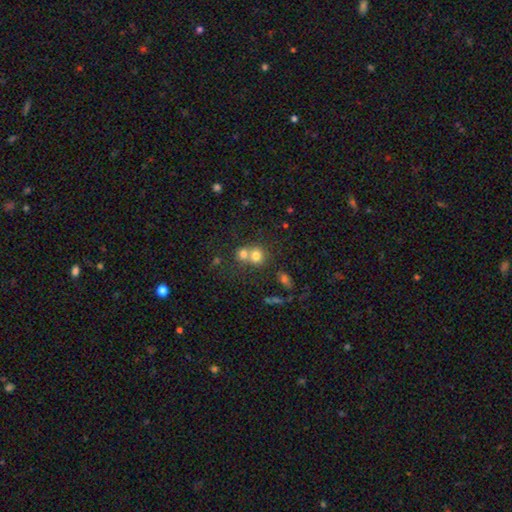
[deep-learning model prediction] smooth_or_featured: smooth (p=0.74) [alt: featured or disk p=0.13]
how_rounded: round (p=0.78) [alt: in between p=0.21]
merging: merger (p=0.56) [alt: none p=0.36]